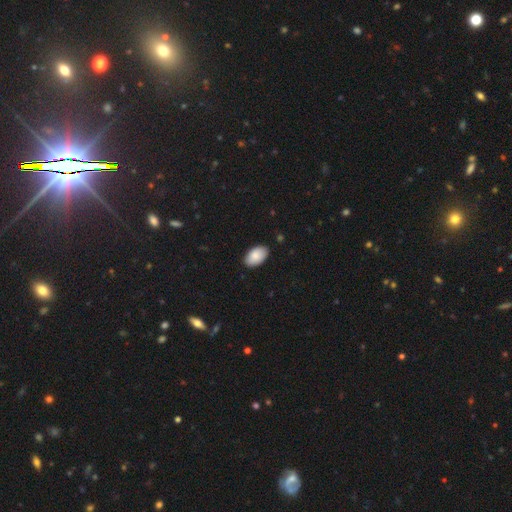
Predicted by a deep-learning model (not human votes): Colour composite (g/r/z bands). It shows a smooth galaxy with no disk features (88%) that is in between round and cigar-shaped (95%). Merging: none (87%).